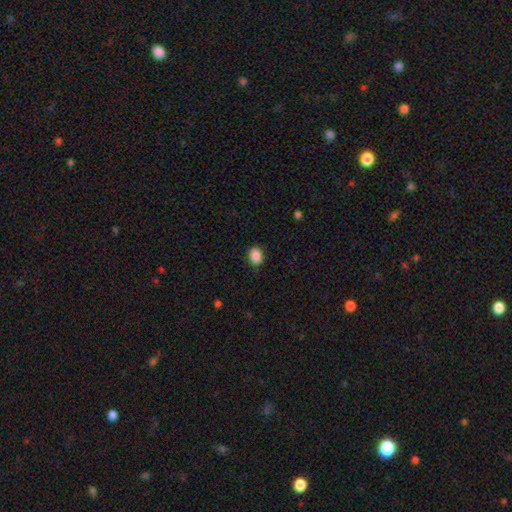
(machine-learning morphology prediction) Smooth or featured?
  - smooth: 88% *
  - star or artifact: 9%
  - featured or disk: 3%
How rounded?
  - in between: 69% *
  - round: 30%
  - cigar-shaped: 1%
Merging?
  - none: 81% *
  - minor disturbance: 15%
  - major disturbance: 3%
  - merger: 1%